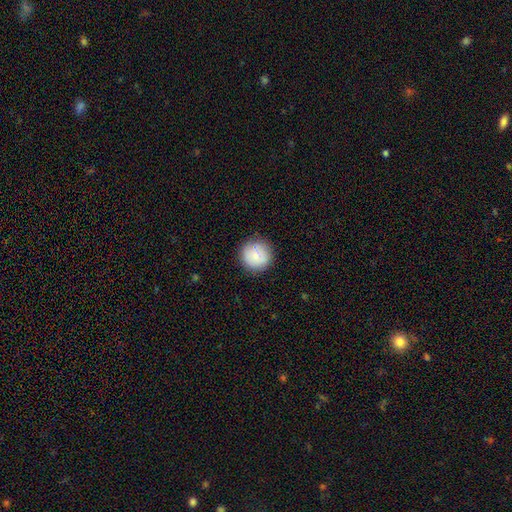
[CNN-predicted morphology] smooth-or-featured: smooth: 84% | featured or disk: 9% | star or artifact: 7%
  how-rounded: round: 95% | in between: 4% | cigar-shaped: 1%
  merging: none: 86% | minor disturbance: 10% | major disturbance: 3% | merger: 2%